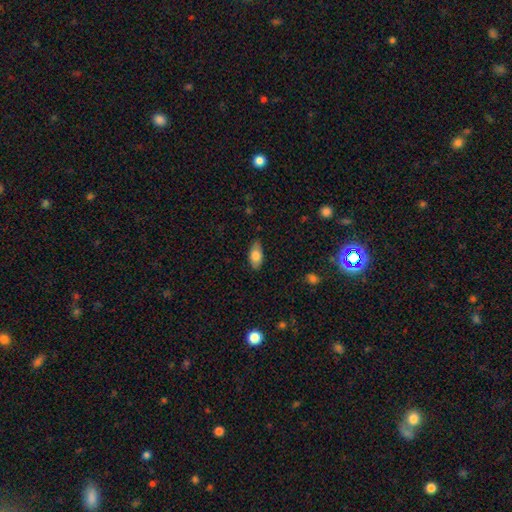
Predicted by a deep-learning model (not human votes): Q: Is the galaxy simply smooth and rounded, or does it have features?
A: smooth — 77%.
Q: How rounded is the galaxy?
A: in between — 88%.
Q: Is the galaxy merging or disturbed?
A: none — 80%.